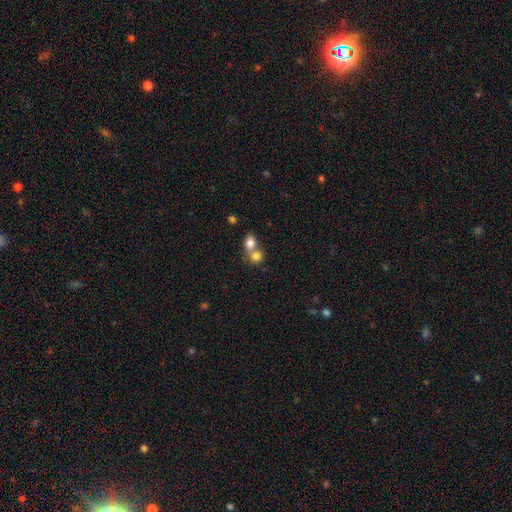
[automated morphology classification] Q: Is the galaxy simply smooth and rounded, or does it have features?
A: smooth — 80%.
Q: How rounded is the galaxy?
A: round — 63%.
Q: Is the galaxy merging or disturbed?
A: merger — 64%.